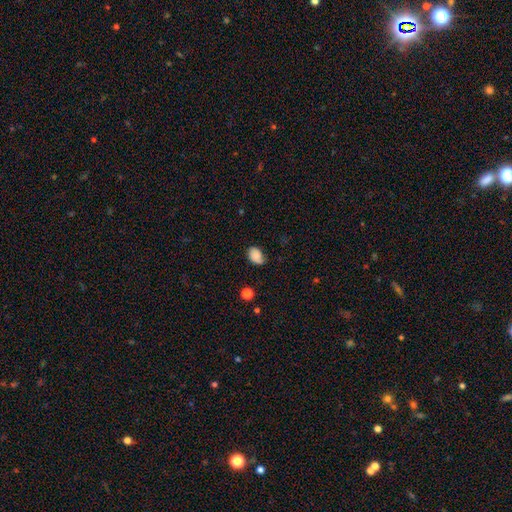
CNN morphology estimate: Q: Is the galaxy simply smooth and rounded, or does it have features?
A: smooth — 78%.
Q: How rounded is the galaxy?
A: in between — 80%.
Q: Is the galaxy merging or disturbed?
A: none — 60%.